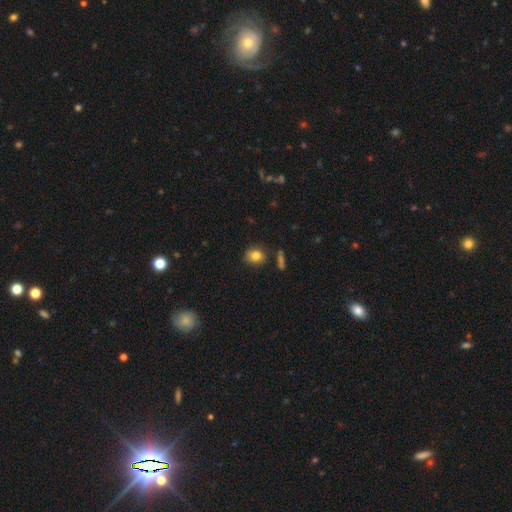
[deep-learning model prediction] The model was most divided on "how rounded": round: 64%, in between: 35%, cigar-shaped: 1%. More confident: smooth or featured — smooth (82%); merging — none (79%).